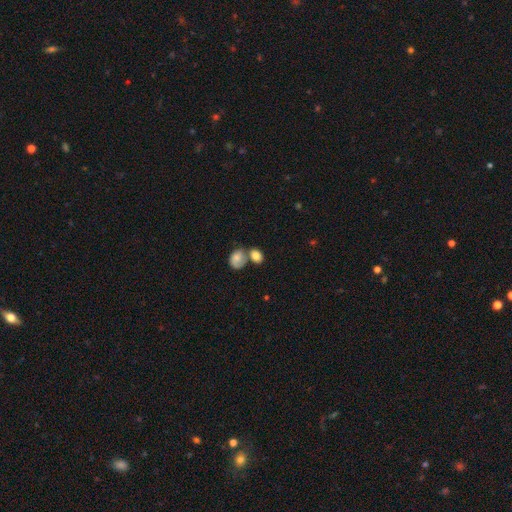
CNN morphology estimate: smooth-or-featured: smooth: 79% | featured or disk: 13% | star or artifact: 8%
  how-rounded: in between: 63% | round: 35% | cigar-shaped: 2%
  merging: merger: 46% | none: 37% | minor disturbance: 12% | major disturbance: 5%